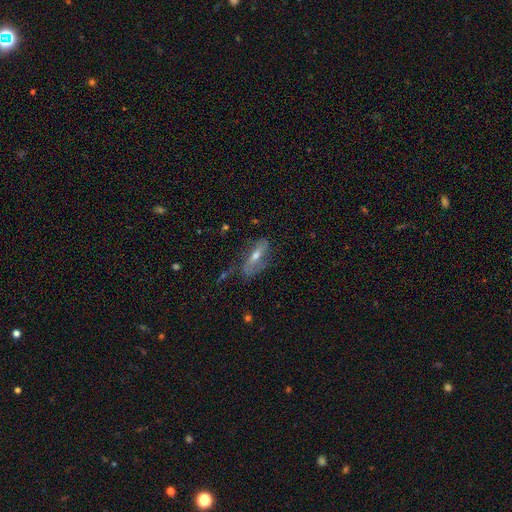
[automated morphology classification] Smooth or featured? featured or disk (61%)
Edge-on disk? no (70%)
Merging? none (58%)